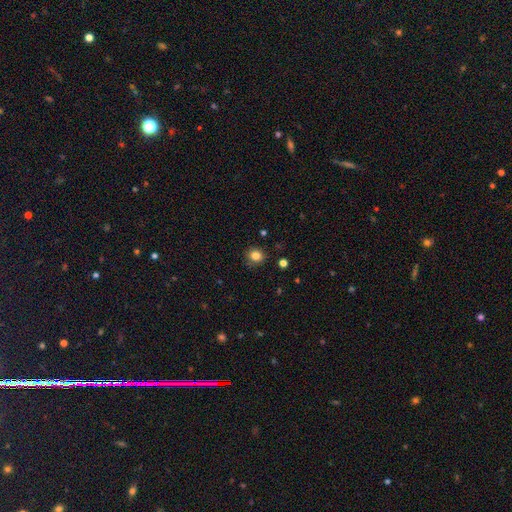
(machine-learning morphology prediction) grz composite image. It shows a smooth galaxy with no disk features (83%) that is round (79%). Merging: none (85%).